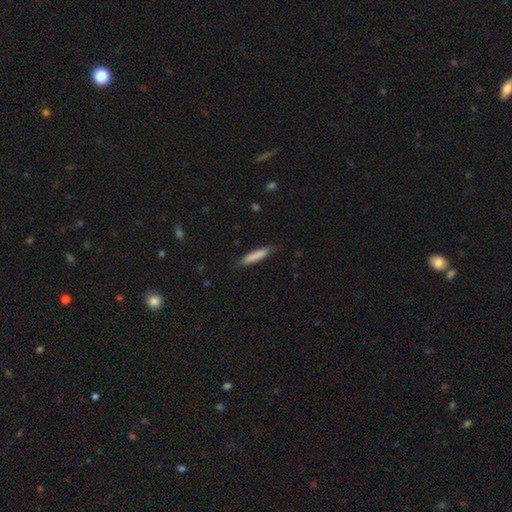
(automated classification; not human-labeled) Smooth or featured: smooth — 81% (featured or disk — 13%)
How rounded: cigar-shaped — 85% (in between — 13%)
Merging: none — 80% (minor disturbance — 16%)